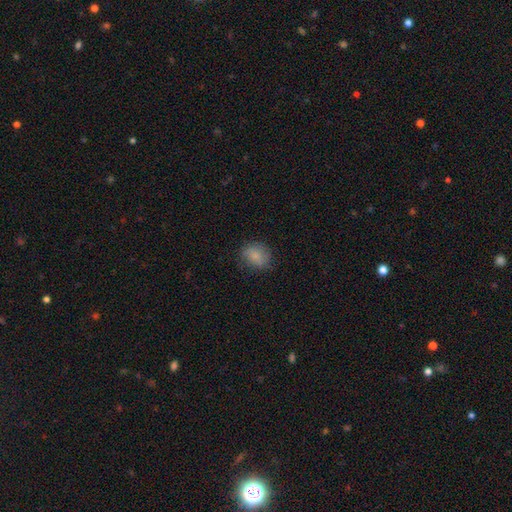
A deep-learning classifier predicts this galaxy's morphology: Smooth or featured? Predicted: smooth (p=0.81). How rounded? Predicted: round (p=0.58). Merging? Predicted: none (p=0.77).